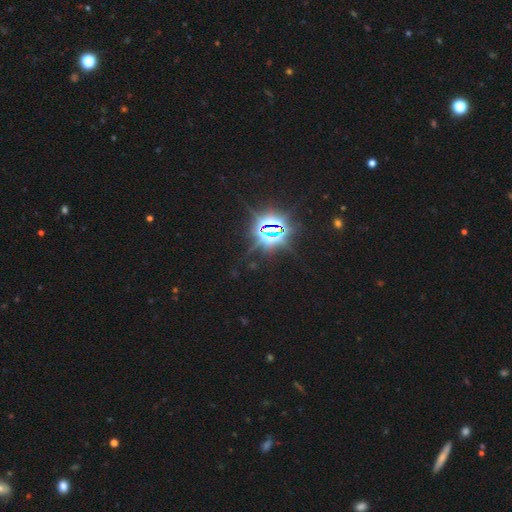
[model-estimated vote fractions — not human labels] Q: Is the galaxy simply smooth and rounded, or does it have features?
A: star or artifact — 85%.